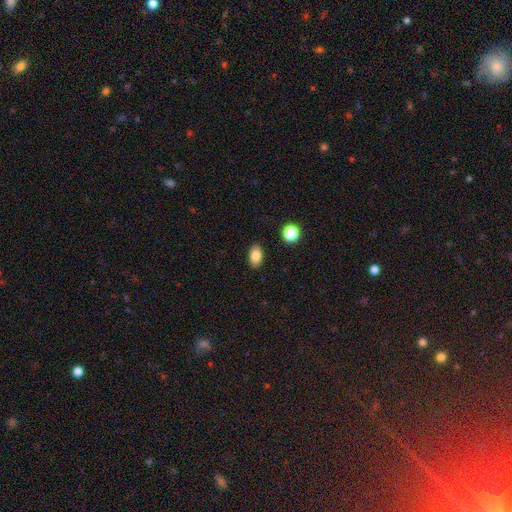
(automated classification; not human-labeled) Smooth or featured? Predicted: smooth (p=0.83). How rounded? Predicted: in between (p=0.89). Merging? Predicted: none (p=0.89).